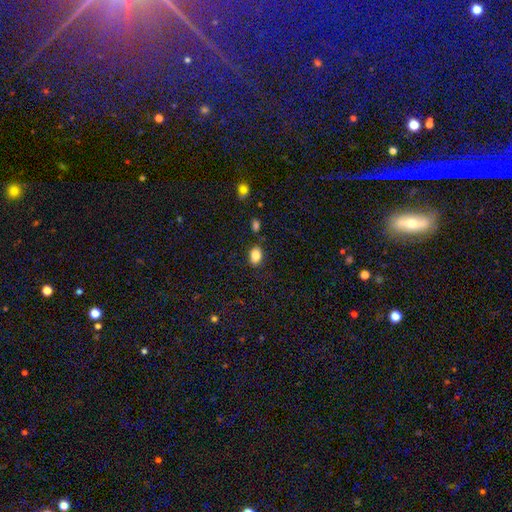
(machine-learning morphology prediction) smooth-or-featured: smooth: 84% | star or artifact: 9% | featured or disk: 7%
  how-rounded: in between: 82% | round: 16% | cigar-shaped: 2%
  merging: none: 83% | minor disturbance: 11% | merger: 3% | major disturbance: 3%